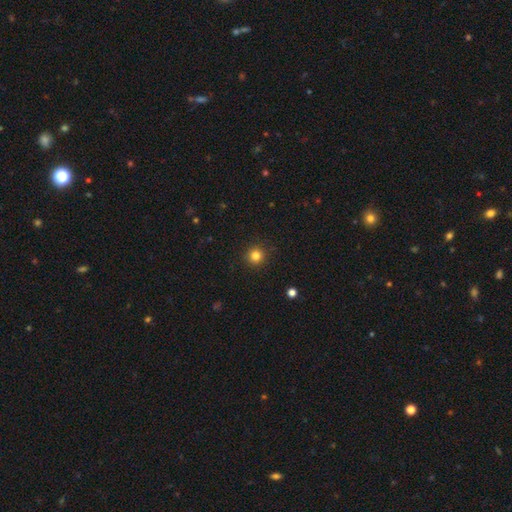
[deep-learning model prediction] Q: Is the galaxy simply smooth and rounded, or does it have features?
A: smooth — 82%.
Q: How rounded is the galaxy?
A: round — 95%.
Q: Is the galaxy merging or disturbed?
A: none — 92%.